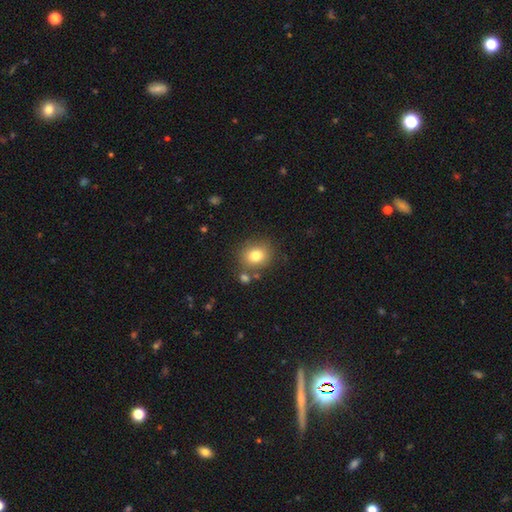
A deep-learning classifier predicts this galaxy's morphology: The model was most divided on "how rounded": round: 73%, in between: 26%, cigar-shaped: 1%. More confident: smooth or featured — smooth (79%); merging — none (77%).